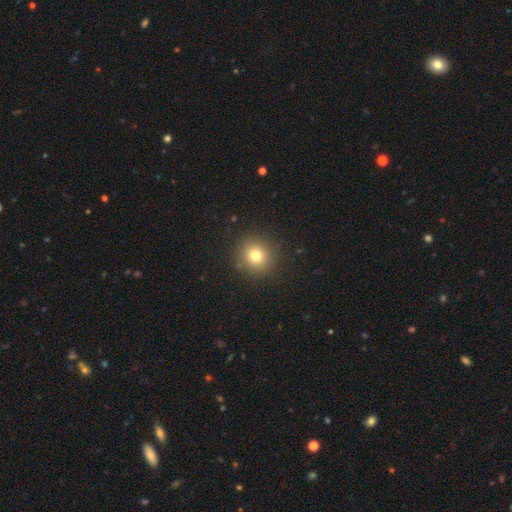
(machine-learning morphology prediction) smooth_or_featured: smooth (p=0.76) [alt: star or artifact p=0.15]
how_rounded: round (p=0.90) [alt: in between p=0.09]
merging: none (p=0.89) [alt: minor disturbance p=0.07]